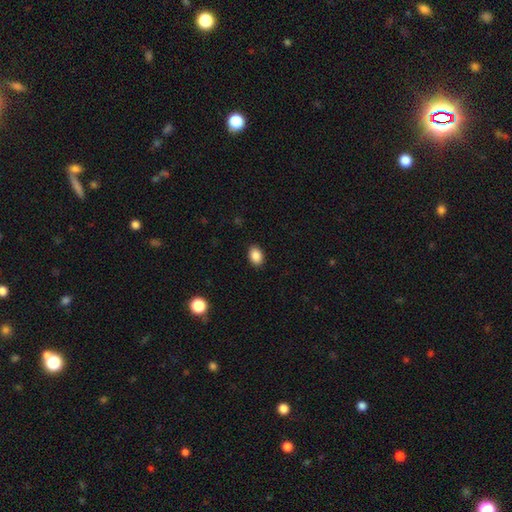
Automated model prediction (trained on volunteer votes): This appears to be a smooth galaxy with no disk features (88%) that is in between round and cigar-shaped (83%). Merging: none (90%).